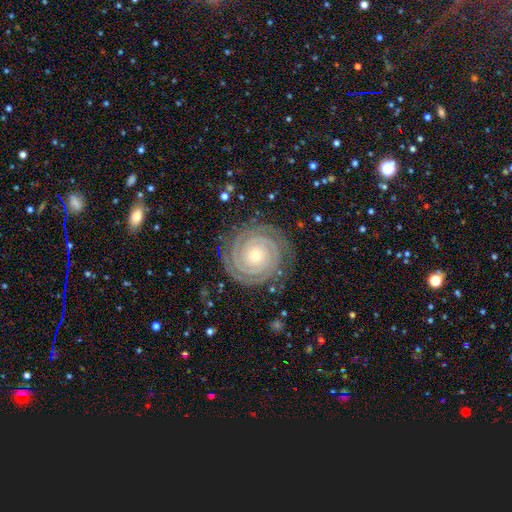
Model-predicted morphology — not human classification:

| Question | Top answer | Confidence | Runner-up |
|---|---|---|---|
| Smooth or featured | featured or disk | 92% | star or artifact (4%) |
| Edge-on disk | no | 98% | yes (2%) |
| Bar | no | 80% | weak (12%) |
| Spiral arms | yes | 99% | no (1%) |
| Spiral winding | tight | 92% | medium (7%) |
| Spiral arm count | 2 | 63% | 3 (15%) |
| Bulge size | small | 76% | moderate (20%) |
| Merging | none | 86% | minor disturbance (11%) |